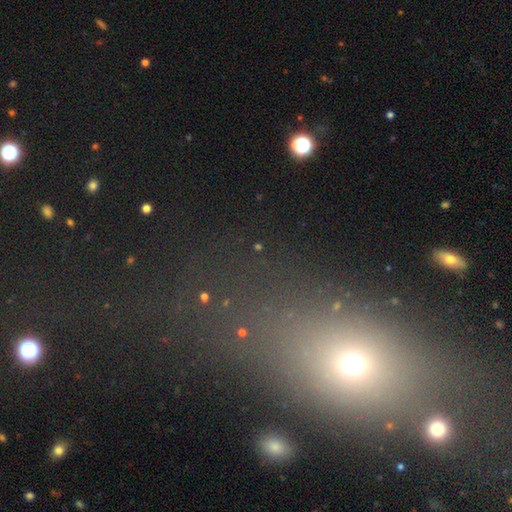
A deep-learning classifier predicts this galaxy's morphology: type=smooth (50%); merging=none (69%).